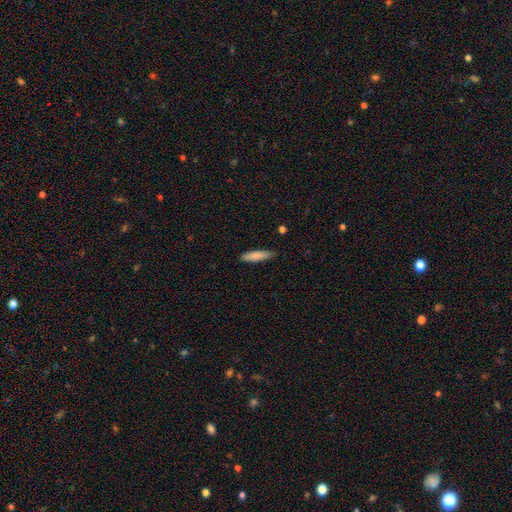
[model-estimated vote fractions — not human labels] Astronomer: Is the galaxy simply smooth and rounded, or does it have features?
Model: smooth — 83%.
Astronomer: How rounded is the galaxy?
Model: cigar-shaped — 76%.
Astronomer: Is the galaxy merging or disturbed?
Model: none — 83%.